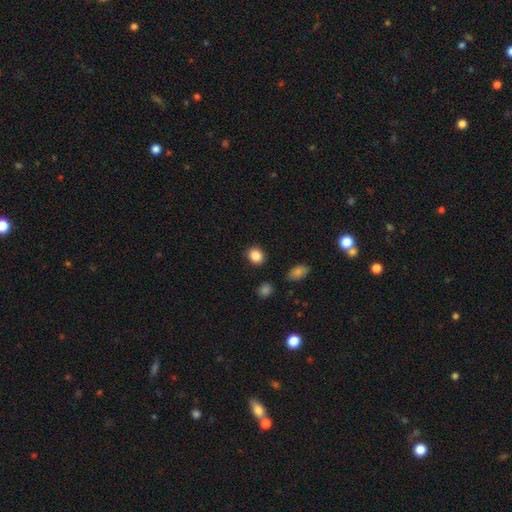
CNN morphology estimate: Overall: smooth (87%). How rounded: round (63%; in between 36%). Merging: none (87%).